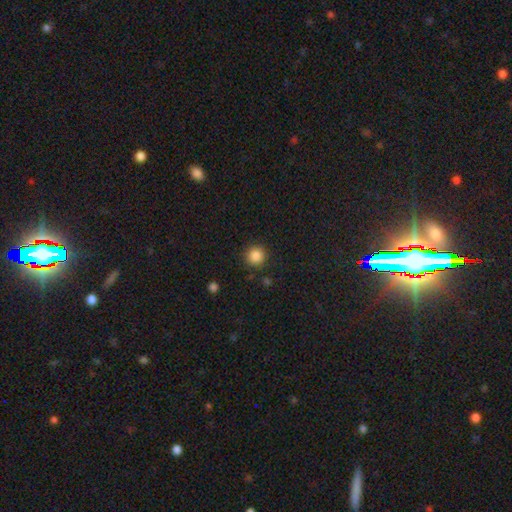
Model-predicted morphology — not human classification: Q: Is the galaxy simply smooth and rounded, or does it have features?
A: smooth — 86%.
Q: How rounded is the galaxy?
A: round — 94%.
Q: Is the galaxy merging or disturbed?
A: none — 89%.